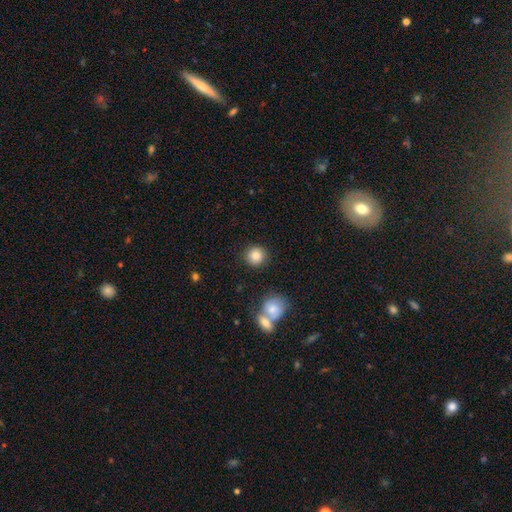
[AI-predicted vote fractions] This is clearly a smooth galaxy (86%). How rounded: clearly round (92%). Merging: clearly none (86%).